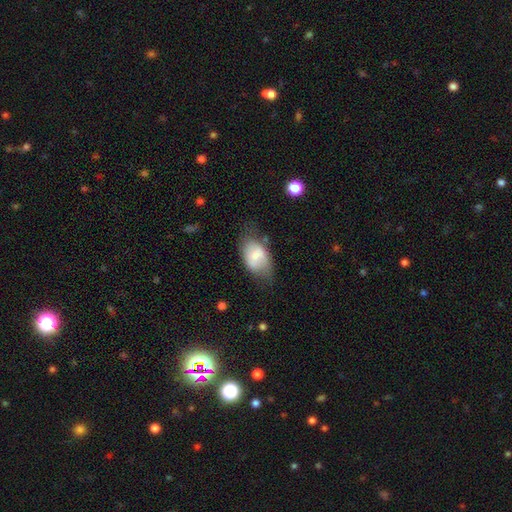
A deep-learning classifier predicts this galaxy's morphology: Smooth or featured? smooth (65%)
How rounded? in between (87%)
Merging? none (53%)